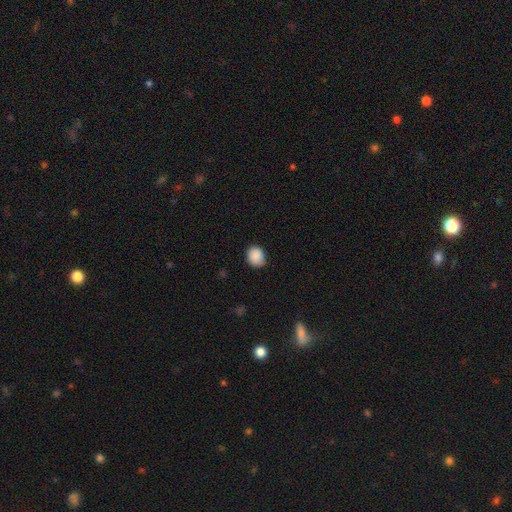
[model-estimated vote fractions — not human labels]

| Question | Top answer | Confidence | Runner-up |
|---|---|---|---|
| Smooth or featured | smooth | 89% | star or artifact (8%) |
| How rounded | round | 66% | in between (34%) |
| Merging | none | 81% | minor disturbance (15%) |